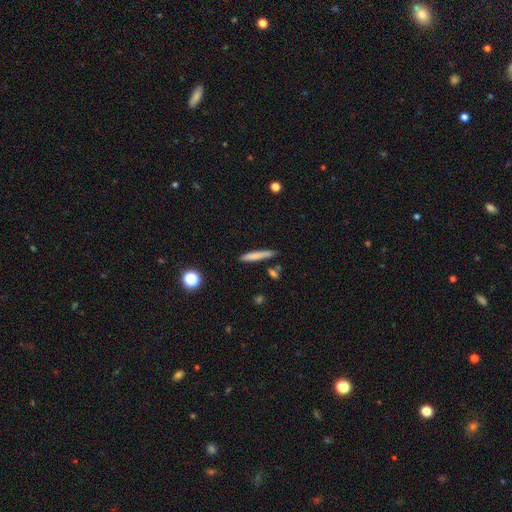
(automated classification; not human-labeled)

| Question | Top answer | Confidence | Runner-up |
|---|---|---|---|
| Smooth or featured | smooth | 76% | featured or disk (17%) |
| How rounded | cigar-shaped | 93% | in between (5%) |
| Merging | none | 81% | minor disturbance (11%) |